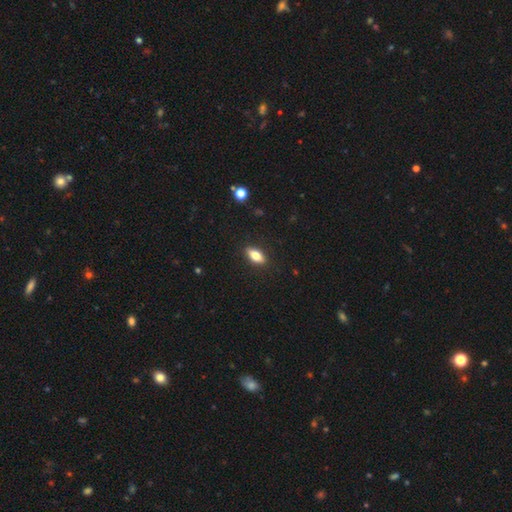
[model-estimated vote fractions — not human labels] Smooth or featured? smooth (76%)
How rounded? in between (83%)
Merging? none (89%)